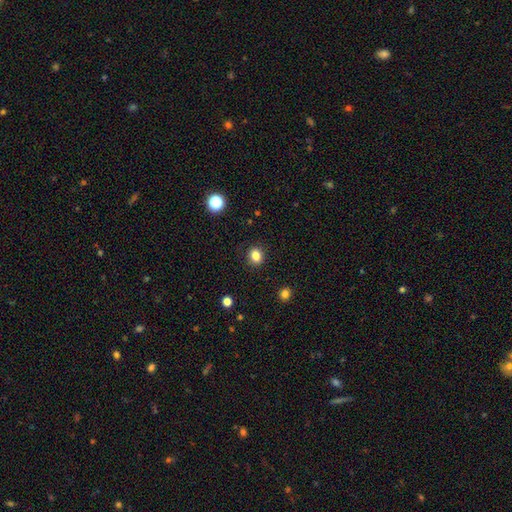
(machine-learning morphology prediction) Overall: smooth (84%). How rounded: round (63%; in between 36%). Merging: none (89%).